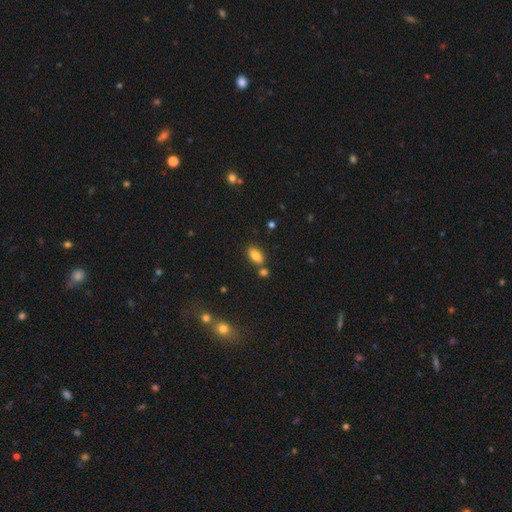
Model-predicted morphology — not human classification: This is clearly a smooth galaxy (82%). How rounded: clearly in between (89%). Merging: likely none (73%).